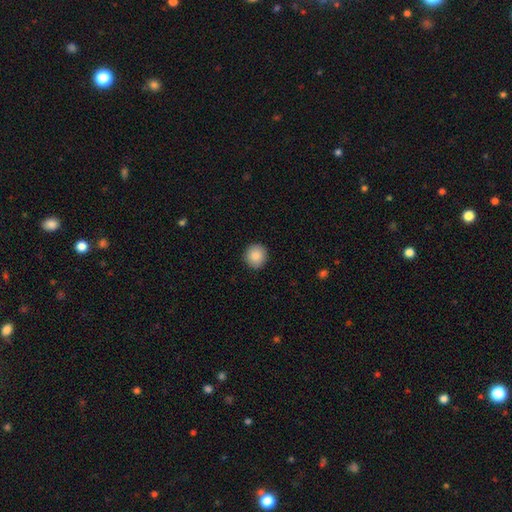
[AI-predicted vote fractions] smooth-or-featured: smooth: 87% | star or artifact: 8% | featured or disk: 5%
  how-rounded: round: 91% | in between: 8% | cigar-shaped: 1%
  merging: none: 92% | minor disturbance: 6% | major disturbance: 2% | merger: 1%